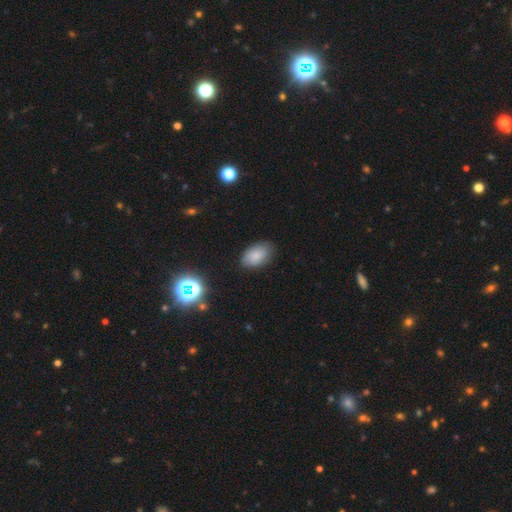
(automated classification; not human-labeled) Smooth or featured: smooth — 80% (star or artifact — 10%)
How rounded: in between — 92% (round — 7%)
Merging: none — 82% (minor disturbance — 14%)